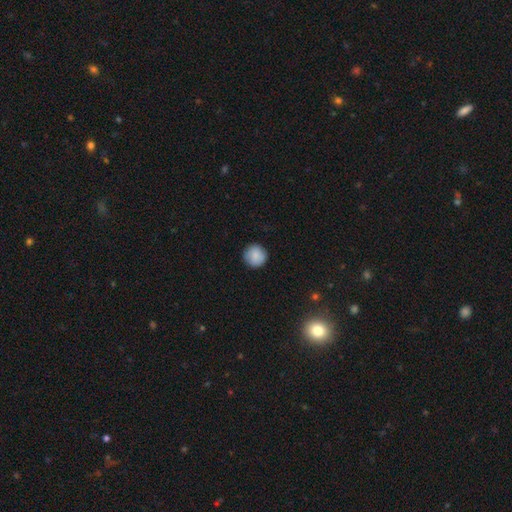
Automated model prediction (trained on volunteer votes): This appears to be a smooth galaxy with no disk features (87%) that is round (95%). Merging: none (89%).